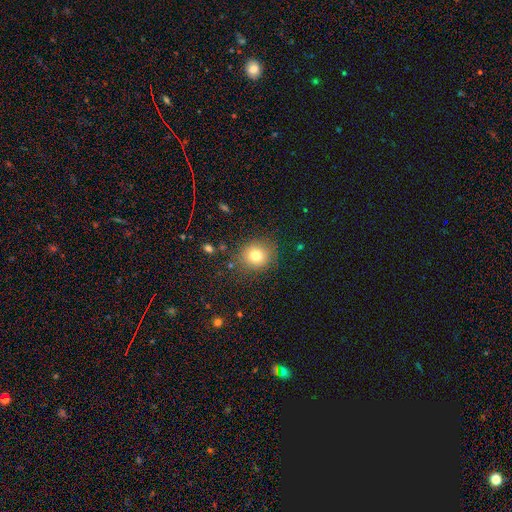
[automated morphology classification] smooth-or-featured: smooth: 78% | star or artifact: 13% | featured or disk: 10%
  how-rounded: round: 82% | in between: 17% | cigar-shaped: 1%
  merging: none: 84% | minor disturbance: 10% | major disturbance: 4% | merger: 2%